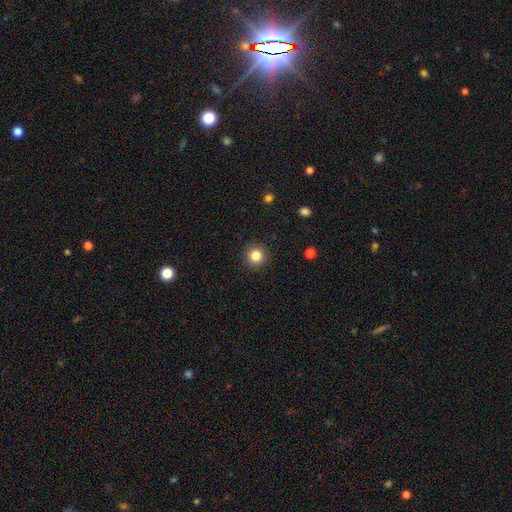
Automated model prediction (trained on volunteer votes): Smooth or featured? smooth (84%)
How rounded? round (94%)
Merging? none (92%)